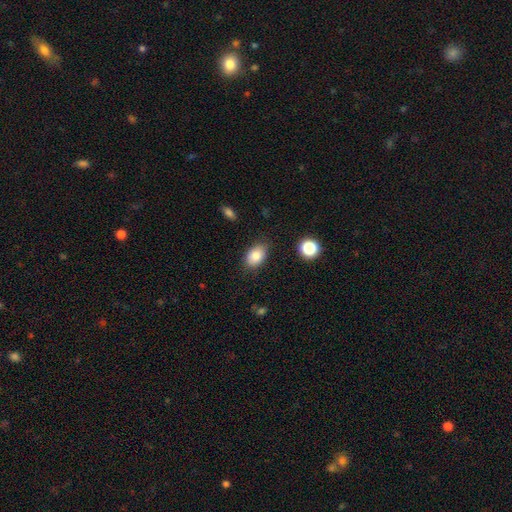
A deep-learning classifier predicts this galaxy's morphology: Overall: smooth (83%). How rounded: in between (86%). Merging: none (81%).